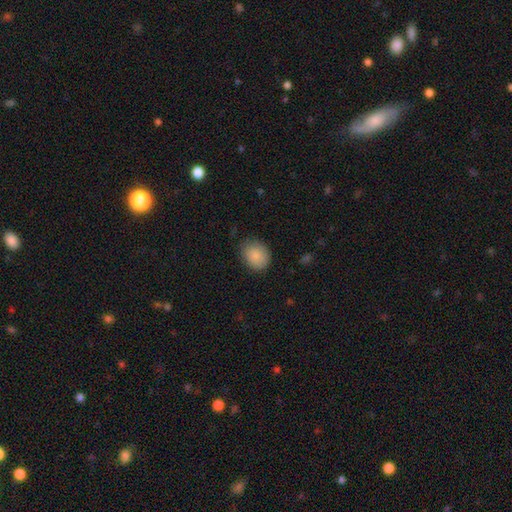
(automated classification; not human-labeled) A smooth galaxy with no disk features (87%) that is round (52%). Merging: none (78%).